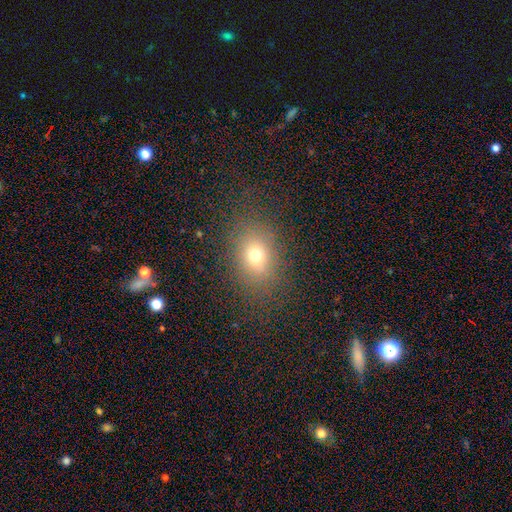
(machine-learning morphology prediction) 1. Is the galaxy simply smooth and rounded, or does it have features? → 70% smooth, 17% star or artifact, 13% featured or disk.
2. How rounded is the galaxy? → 60% in between, 39% round, 2% cigar-shaped.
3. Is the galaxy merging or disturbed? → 80% none, 12% minor disturbance, 7% major disturbance, 1% merger.